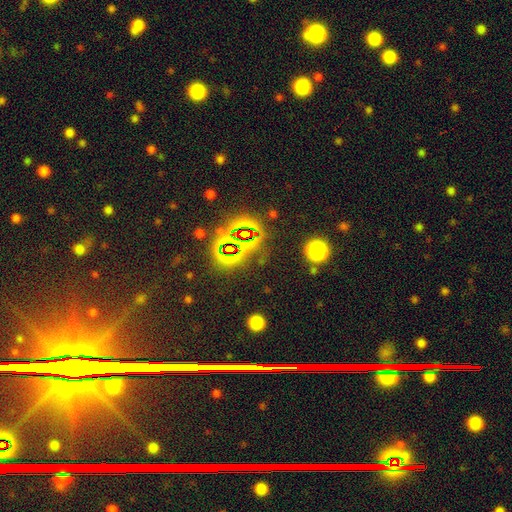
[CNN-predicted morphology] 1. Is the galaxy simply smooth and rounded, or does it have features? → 70% star or artifact, 16% featured or disk, 14% smooth.